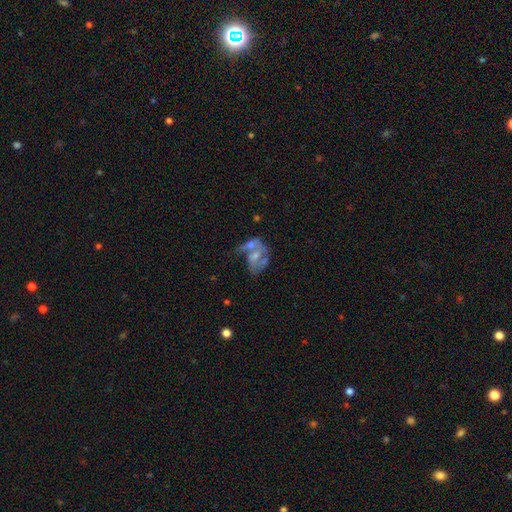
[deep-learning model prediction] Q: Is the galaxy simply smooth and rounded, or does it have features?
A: featured or disk — 54%.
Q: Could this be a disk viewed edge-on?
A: no — 96%.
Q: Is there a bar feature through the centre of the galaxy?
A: no — 73%.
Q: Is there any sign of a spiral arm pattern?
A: no — 66%.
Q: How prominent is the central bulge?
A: moderate — 41%.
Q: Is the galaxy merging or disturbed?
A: merger — 50%.